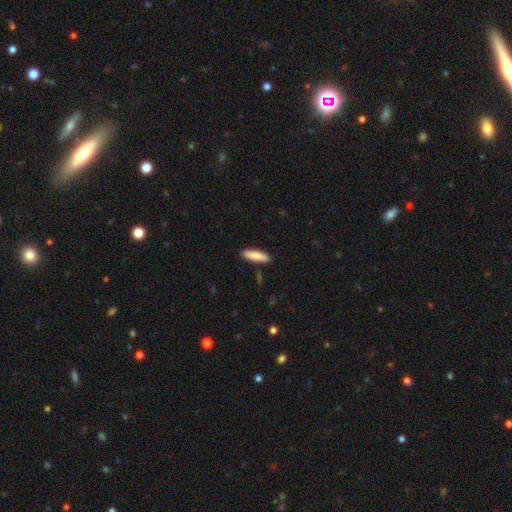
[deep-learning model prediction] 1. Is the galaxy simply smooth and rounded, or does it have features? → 83% smooth, 11% featured or disk, 6% star or artifact.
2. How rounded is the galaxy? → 61% cigar-shaped, 37% in between, 2% round.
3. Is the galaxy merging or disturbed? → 88% none, 8% minor disturbance, 2% merger, 2% major disturbance.